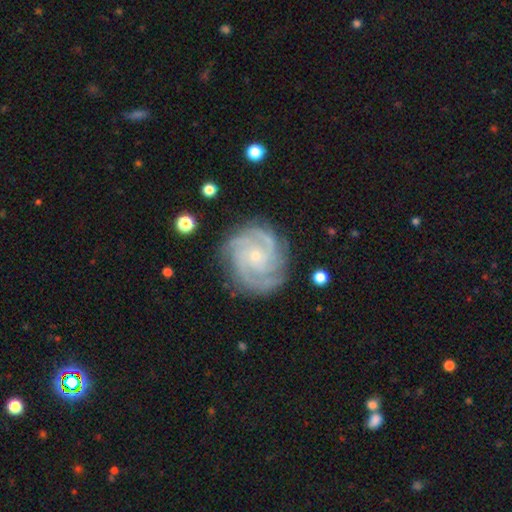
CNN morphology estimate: smooth-or-featured: featured or disk: 90% | star or artifact: 5% | smooth: 5%
  disk-edge-on: no: 98% | yes: 2%
    bar: no: 75% | weak: 20% | strong: 5%
    has-spiral-arms: yes: 98% | no: 2%
      spiral-winding: tight: 70% | medium: 26% | loose: 3%
      spiral-arm-count: 3: 42% | 4: 21% | 2: 14% | can't tell: 11% | more than 4: 6% | 1: 6%
    bulge-size: small: 79% | moderate: 18% | none: 2% | large: 1% | dominant: 1%
  merging: none: 82% | minor disturbance: 13% | major disturbance: 4% | merger: 1%